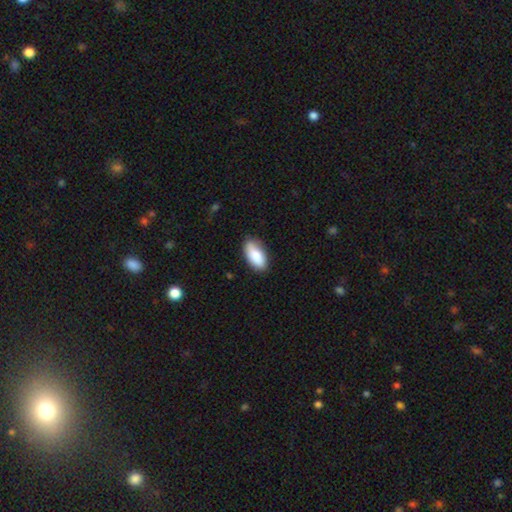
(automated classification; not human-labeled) smooth-or-featured: smooth: 87% | featured or disk: 7% | star or artifact: 6%
  how-rounded: in between: 92% | cigar-shaped: 6% | round: 2%
  merging: none: 77% | minor disturbance: 18% | major disturbance: 3% | merger: 1%